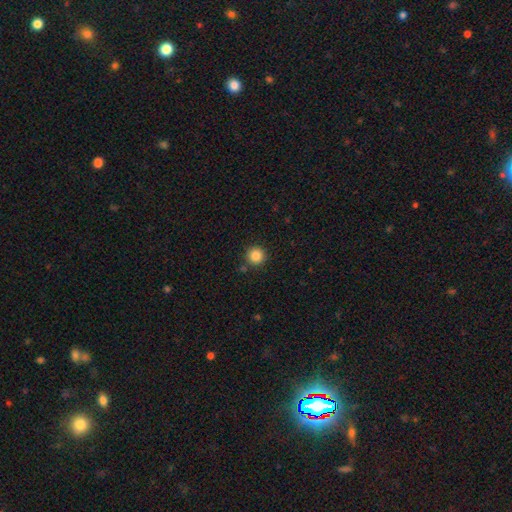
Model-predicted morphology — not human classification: This is clearly a smooth galaxy (86%). How rounded: clearly round (96%). Merging: clearly none (88%).